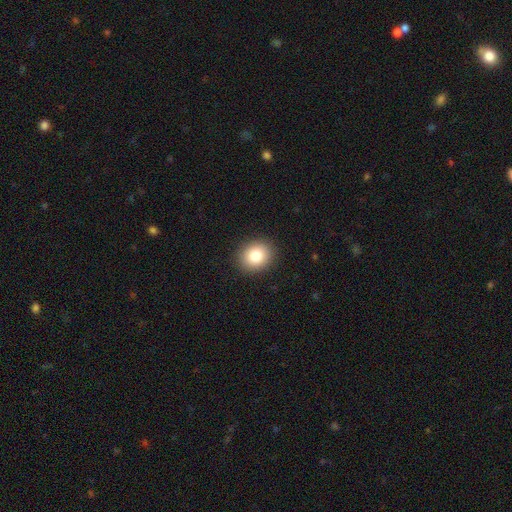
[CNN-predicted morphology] Smooth or featured? smooth (82%)
How rounded? round (65%)
Merging? none (91%)